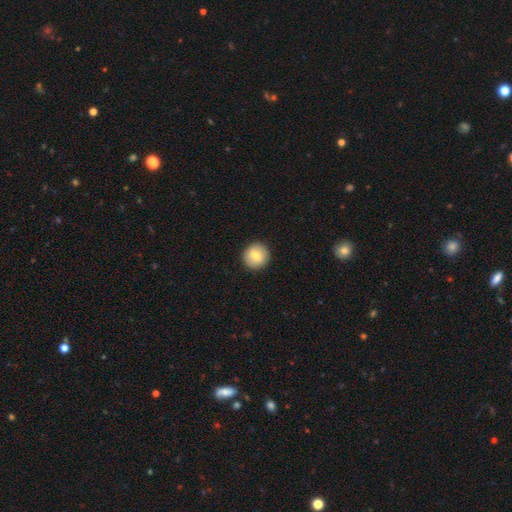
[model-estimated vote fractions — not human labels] Smooth or featured? Predicted: smooth (p=0.78). How rounded? Predicted: round (p=0.91). Merging? Predicted: none (p=0.91).